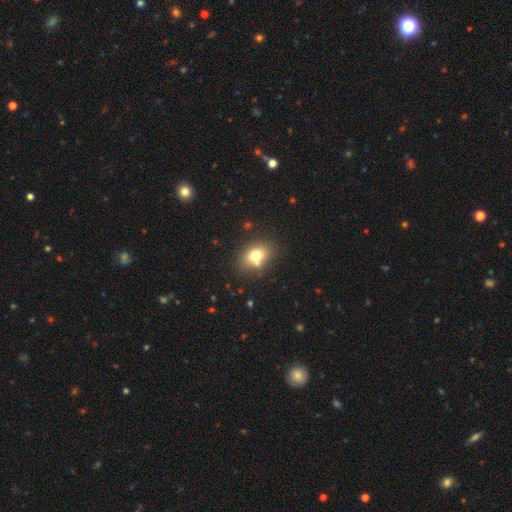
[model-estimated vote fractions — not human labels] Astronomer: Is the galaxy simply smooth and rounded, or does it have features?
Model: smooth — 72%.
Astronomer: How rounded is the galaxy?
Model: in between — 62%.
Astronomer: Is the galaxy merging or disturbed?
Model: none — 64%.